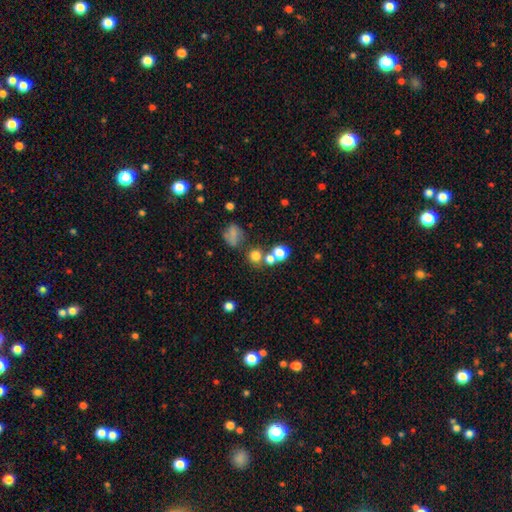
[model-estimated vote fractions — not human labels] This appears to be a smooth galaxy with no disk features (72%) that is round (86%). Merging: none (61%).